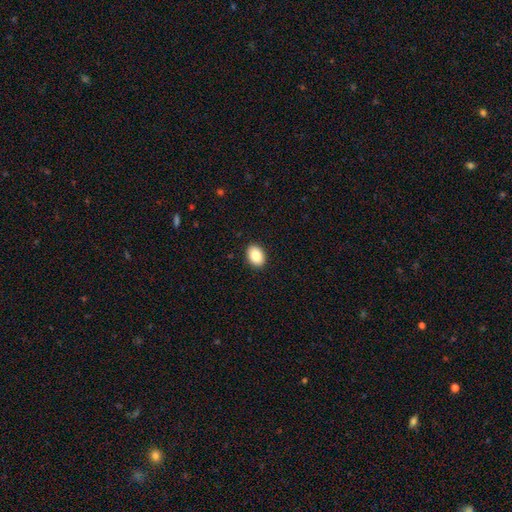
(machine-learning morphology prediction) smooth-or-featured: smooth: 86% | star or artifact: 8% | featured or disk: 6%
  how-rounded: in between: 75% | round: 24% | cigar-shaped: 1%
  merging: none: 91% | minor disturbance: 6% | major disturbance: 2% | merger: 1%